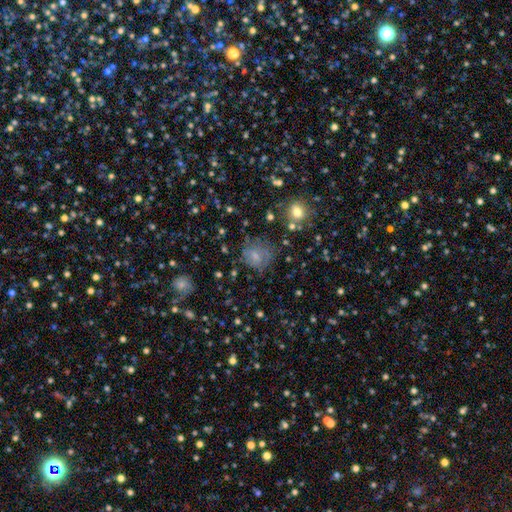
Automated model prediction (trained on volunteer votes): Overall: smooth (47%; featured or disk 37%). Merging: none (62%).